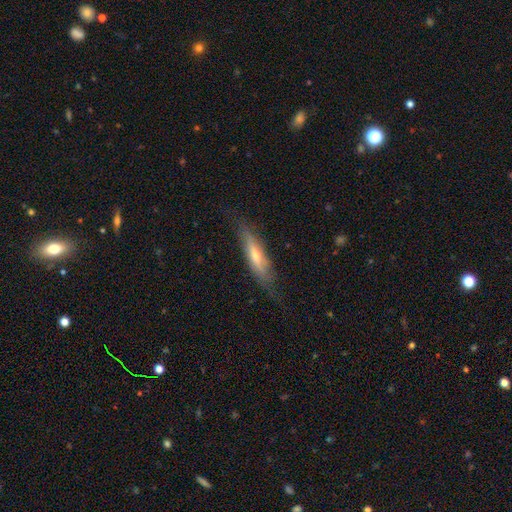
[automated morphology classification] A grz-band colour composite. It shows a featured or disk galaxy (51%) viewed edge-on (76%). Merging: none (74%).